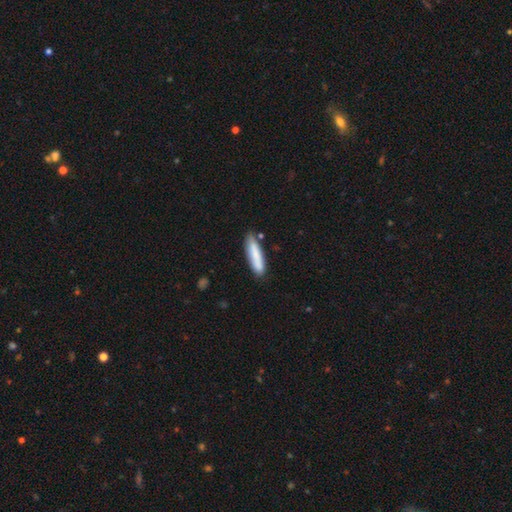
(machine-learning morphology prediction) A smooth galaxy with no disk features (82%) that is cigar-shaped (78%).

Vote fractions:
- Smooth or featured? smooth: 82% / featured or disk: 12% / star or artifact: 6%
- How rounded? cigar-shaped: 78% / in between: 21% / round: 1%
- Merging? none: 79% / minor disturbance: 15% / merger: 3% / major disturbance: 3%